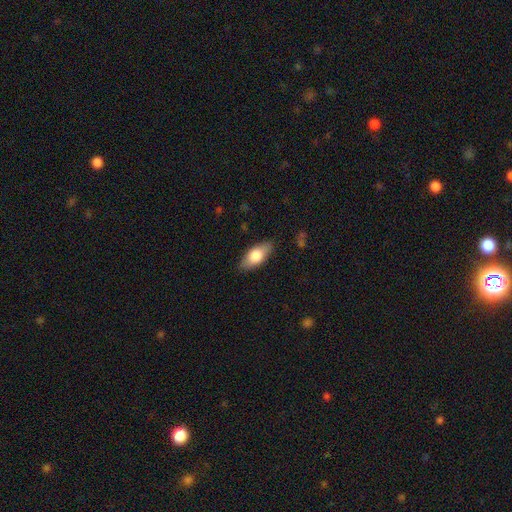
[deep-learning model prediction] smooth 73%, featured or disk 21%, star or artifact 6%. Down the decision tree: how rounded — in between (85%); merging — none (84%).